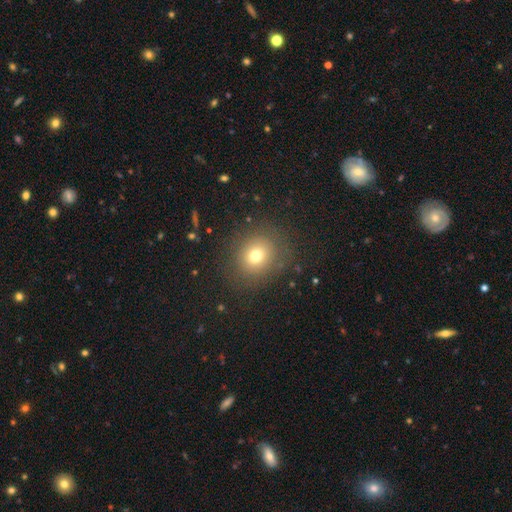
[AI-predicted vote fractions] The model was most divided on "smooth or featured": smooth: 71%, star or artifact: 17%, featured or disk: 13%. More confident: merging — none (83%); how rounded — round (79%).